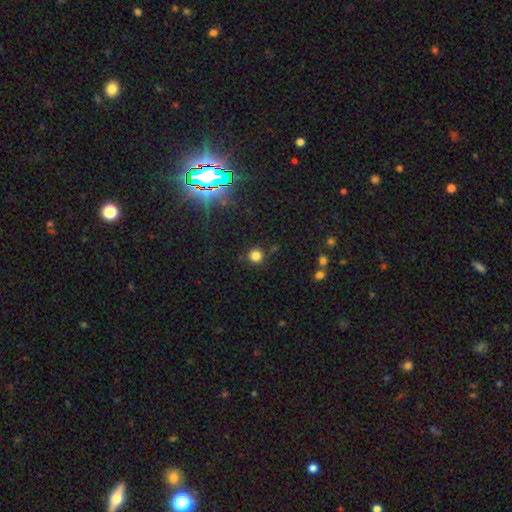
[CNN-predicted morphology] smooth_or_featured: smooth (p=0.80) [alt: star or artifact p=0.15]
how_rounded: round (p=0.95) [alt: in between p=0.04]
merging: none (p=0.87) [alt: minor disturbance p=0.07]